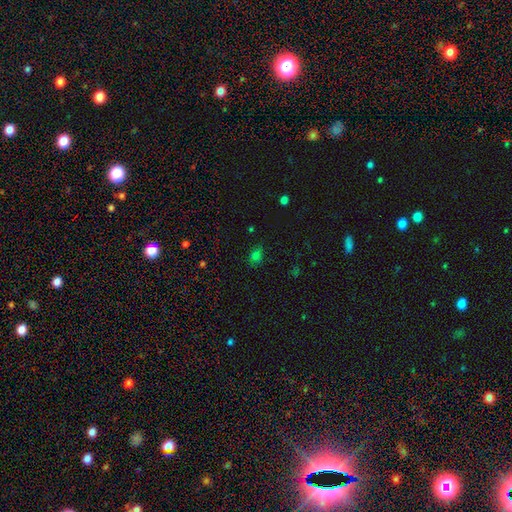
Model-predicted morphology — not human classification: Q: Smooth or featured?
A: smooth (70%); runner-up: star or artifact (23%)
Q: How rounded?
A: in between (60%); runner-up: round (38%)
Q: Merging?
A: none (74%); runner-up: minor disturbance (18%)